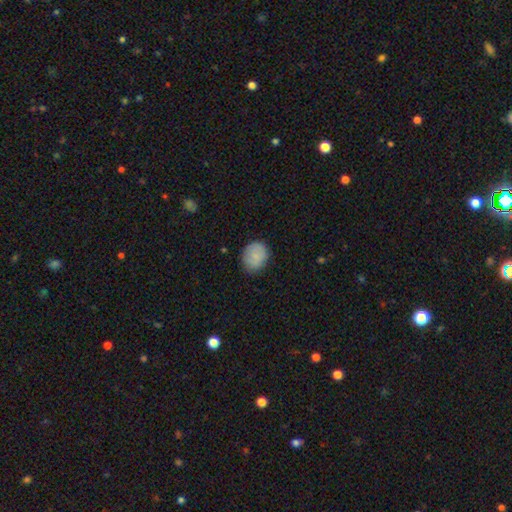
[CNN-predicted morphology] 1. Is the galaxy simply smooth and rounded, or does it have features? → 84% smooth, 9% featured or disk, 7% star or artifact.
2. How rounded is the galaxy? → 61% round, 38% in between, 1% cigar-shaped.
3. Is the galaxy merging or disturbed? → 76% none, 19% minor disturbance, 4% major disturbance, 1% merger.